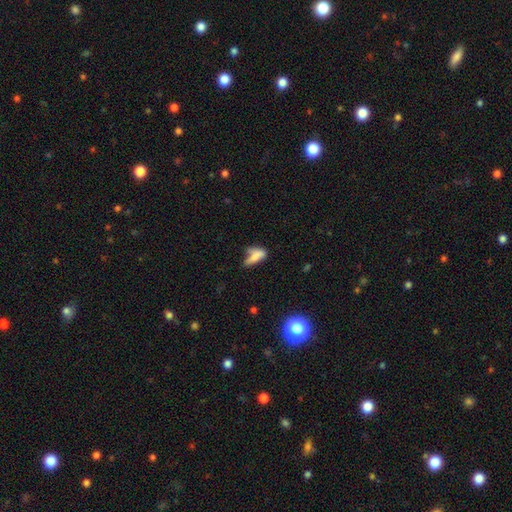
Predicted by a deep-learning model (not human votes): A smooth galaxy with no disk features (69%) that is in between round and cigar-shaped (70%).

Vote fractions:
- Smooth or featured? smooth: 69% / featured or disk: 20% / star or artifact: 11%
- How rounded? in between: 70% / cigar-shaped: 26% / round: 4%
- Merging? none: 30% / minor disturbance: 29% / major disturbance: 25% / merger: 15%